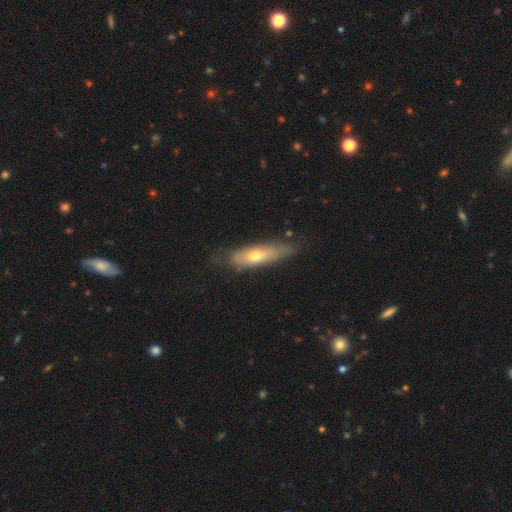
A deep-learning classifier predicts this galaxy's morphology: Smooth or featured: smooth — 53% (featured or disk — 40%)
How rounded: cigar-shaped — 63% (in between — 34%)
Merging: none — 66% (minor disturbance — 25%)